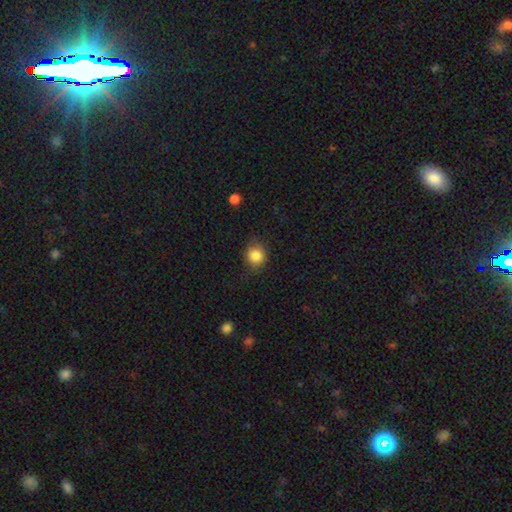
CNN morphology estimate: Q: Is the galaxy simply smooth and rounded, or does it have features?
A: smooth — 85%.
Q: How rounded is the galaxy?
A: round — 83%.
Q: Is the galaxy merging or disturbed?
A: none — 79%.